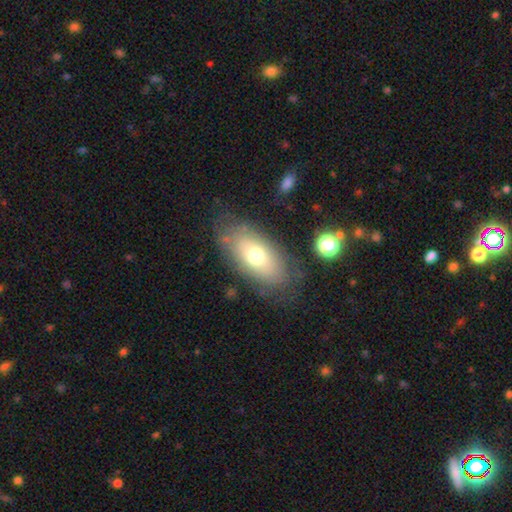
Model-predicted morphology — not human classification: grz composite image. It shows a smooth galaxy with no disk features (64%) that is in between round and cigar-shaped (89%). Merging: none (76%).